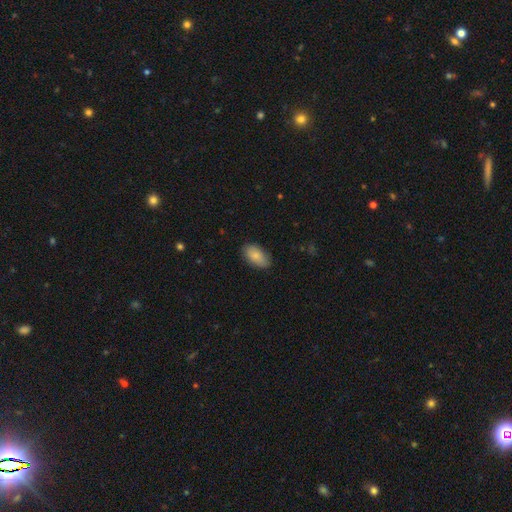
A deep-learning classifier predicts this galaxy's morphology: Smooth or featured?
  - smooth: 84% *
  - featured or disk: 9%
  - star or artifact: 6%
How rounded?
  - in between: 94% *
  - round: 4%
  - cigar-shaped: 2%
Merging?
  - none: 85% *
  - minor disturbance: 12%
  - major disturbance: 2%
  - merger: 1%